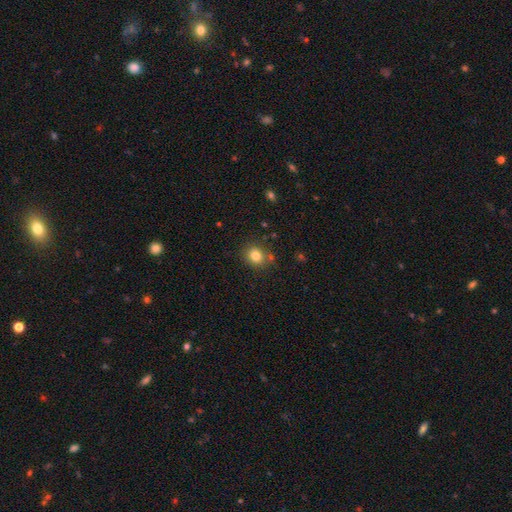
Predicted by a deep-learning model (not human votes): Smooth or featured?
  - smooth: 82% *
  - star or artifact: 11%
  - featured or disk: 7%
How rounded?
  - round: 69% *
  - in between: 30%
  - cigar-shaped: 1%
Merging?
  - none: 81% *
  - minor disturbance: 11%
  - merger: 5%
  - major disturbance: 3%